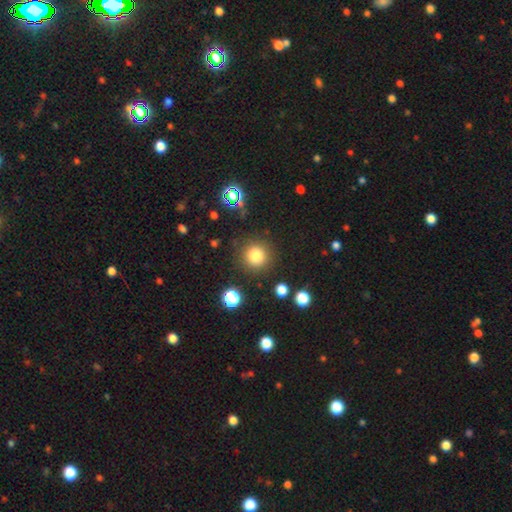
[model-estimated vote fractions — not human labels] Overall: smooth (80%). How rounded: round (94%). Merging: none (87%).